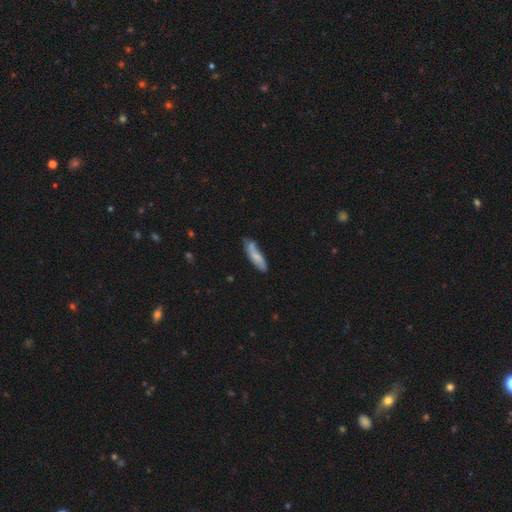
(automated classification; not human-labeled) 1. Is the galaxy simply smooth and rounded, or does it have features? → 64% smooth, 30% featured or disk, 6% star or artifact.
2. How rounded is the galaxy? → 60% cigar-shaped, 38% in between, 2% round.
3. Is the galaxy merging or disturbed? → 61% none, 27% minor disturbance, 6% merger, 6% major disturbance.